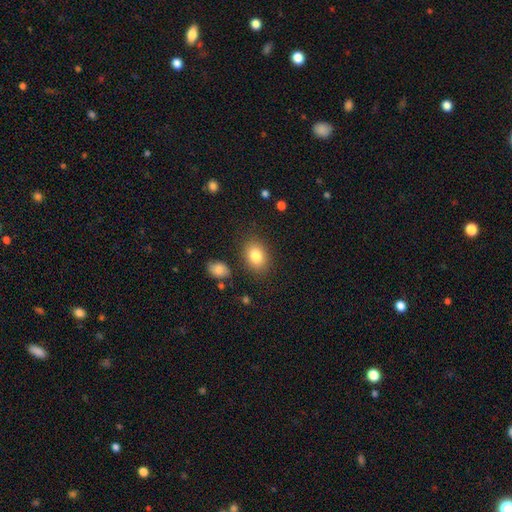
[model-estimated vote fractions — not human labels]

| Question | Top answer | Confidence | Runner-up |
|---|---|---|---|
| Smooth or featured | smooth | 83% | star or artifact (9%) |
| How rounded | in between | 70% | round (29%) |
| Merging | none | 83% | minor disturbance (10%) |